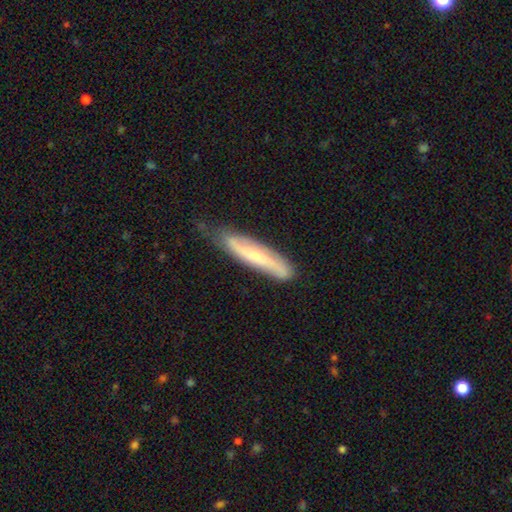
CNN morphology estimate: featured or disk 54%, smooth 40%, star or artifact 6%. Down the decision tree: edge-on disk — yes (53%); merging — none (66%).